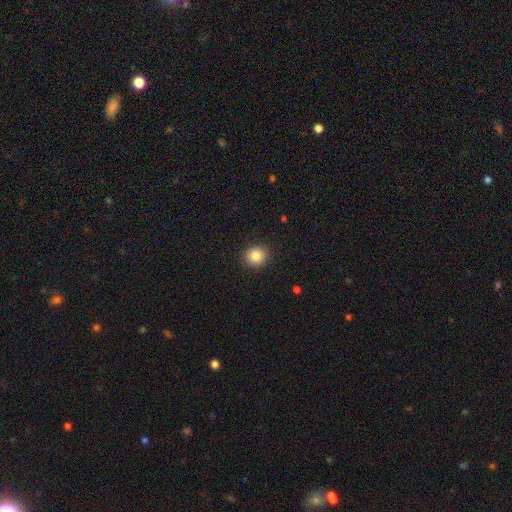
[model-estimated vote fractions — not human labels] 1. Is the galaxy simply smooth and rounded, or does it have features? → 84% smooth, 10% star or artifact, 6% featured or disk.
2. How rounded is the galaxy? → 84% round, 15% in between, 1% cigar-shaped.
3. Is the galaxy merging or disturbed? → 91% none, 6% minor disturbance, 2% major disturbance, 1% merger.